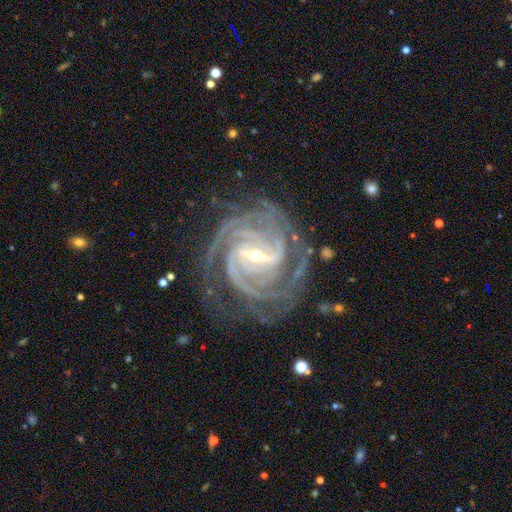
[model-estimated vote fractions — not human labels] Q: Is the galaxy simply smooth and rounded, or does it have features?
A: featured or disk — 94%.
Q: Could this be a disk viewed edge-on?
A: no — 98%.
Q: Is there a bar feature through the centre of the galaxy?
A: strong — 53%.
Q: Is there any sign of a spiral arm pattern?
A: yes — 99%.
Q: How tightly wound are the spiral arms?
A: tight — 71%.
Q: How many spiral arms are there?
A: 4 — 38%.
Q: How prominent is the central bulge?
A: small — 73%.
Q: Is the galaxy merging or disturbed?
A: none — 75%.